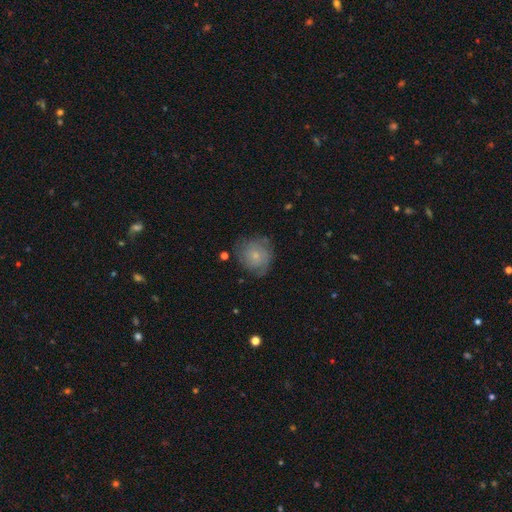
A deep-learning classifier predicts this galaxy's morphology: The model was most divided on "smooth or featured": smooth: 54%, featured or disk: 38%, star or artifact: 8%. More confident: how rounded — round (86%); merging — none (66%).